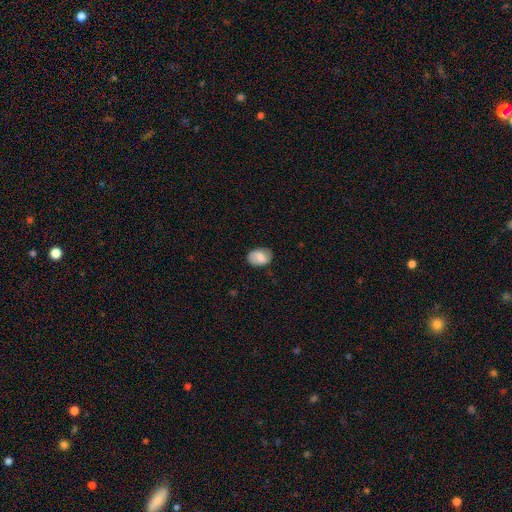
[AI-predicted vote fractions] smooth_or_featured: smooth (p=0.65) [alt: featured or disk p=0.27]
how_rounded: in between (p=0.77) [alt: round p=0.22]
merging: none (p=0.80) [alt: minor disturbance p=0.15]